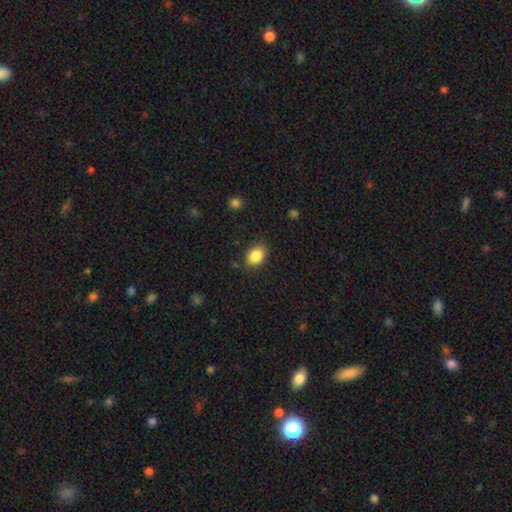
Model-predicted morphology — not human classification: This is clearly a smooth galaxy (86%). How rounded: likely in between (78%). Merging: clearly none (84%).